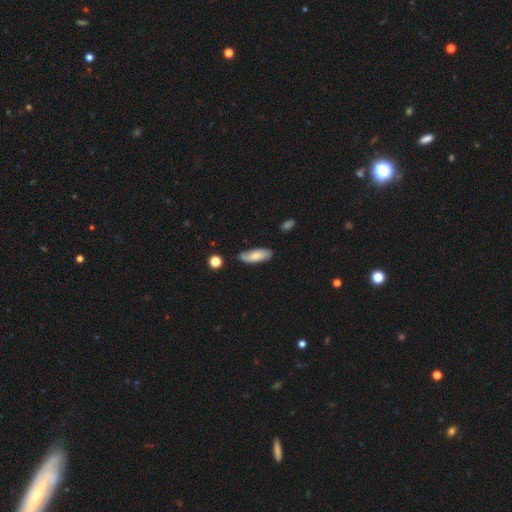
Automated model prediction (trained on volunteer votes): smooth_or_featured: smooth (p=0.70) [alt: featured or disk p=0.24]
how_rounded: in between (p=0.70) [alt: cigar-shaped p=0.28]
merging: none (p=0.74) [alt: minor disturbance p=0.19]